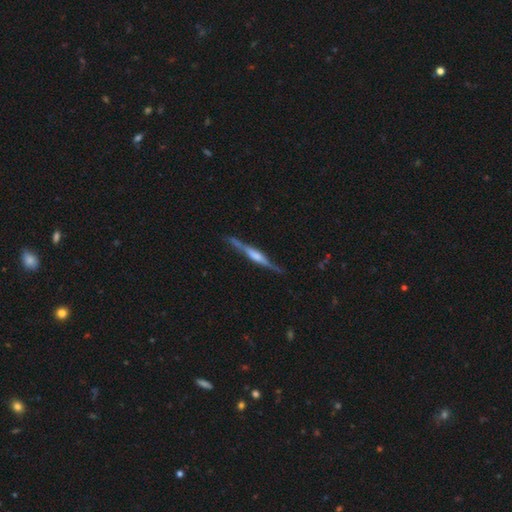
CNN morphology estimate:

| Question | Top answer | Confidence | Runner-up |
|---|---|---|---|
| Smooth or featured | featured or disk | 73% | smooth (21%) |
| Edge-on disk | yes | 96% | no (4%) |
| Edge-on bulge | boxy | 45% | rounded (41%) |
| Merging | none | 81% | minor disturbance (14%) |